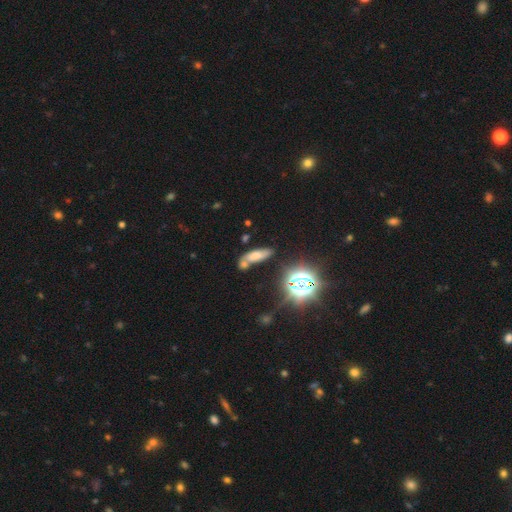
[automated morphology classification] type=smooth (56%); roundness=in between (56%); merging=none (53%).